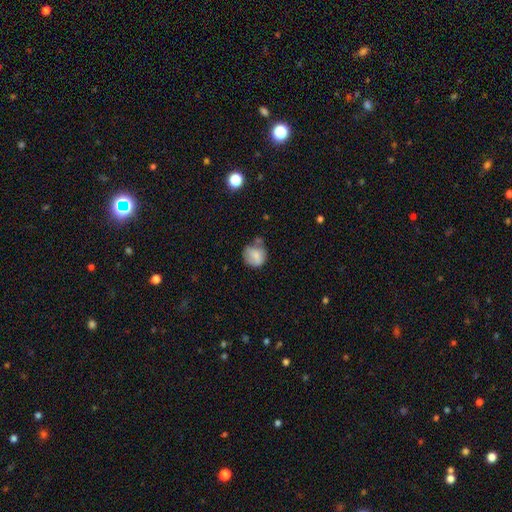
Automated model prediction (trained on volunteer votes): Morphology: type=smooth (71%); roundness=round (76%); merging=none (47%).